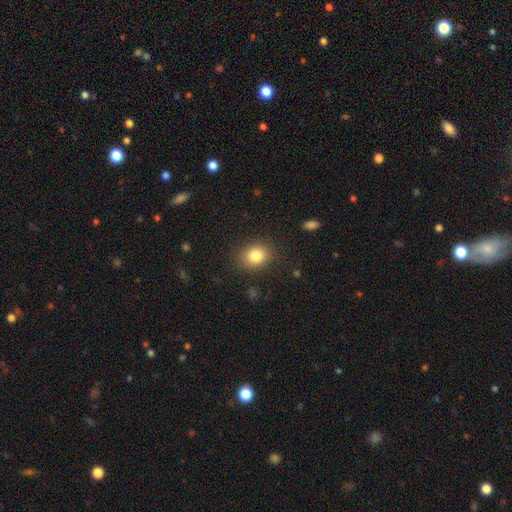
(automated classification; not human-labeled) Smooth or featured: smooth — 83% (star or artifact — 10%)
How rounded: round — 56% (in between — 43%)
Merging: none — 86% (minor disturbance — 10%)